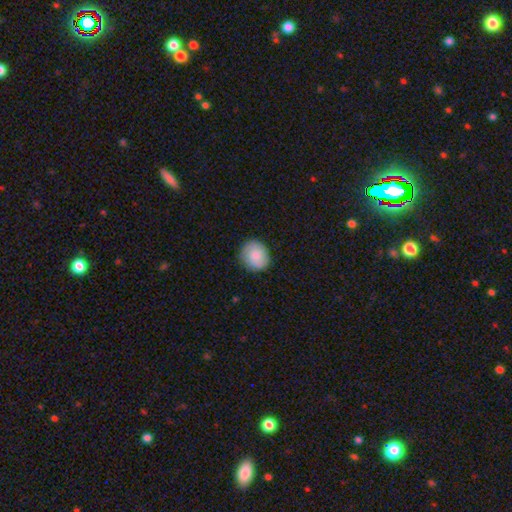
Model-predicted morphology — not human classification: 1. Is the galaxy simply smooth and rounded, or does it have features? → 82% smooth, 11% featured or disk, 6% star or artifact.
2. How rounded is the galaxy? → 79% round, 20% in between, 1% cigar-shaped.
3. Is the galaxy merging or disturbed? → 87% none, 10% minor disturbance, 2% major disturbance, 1% merger.